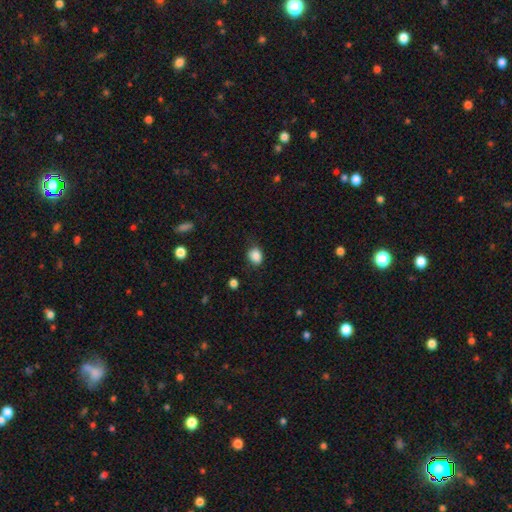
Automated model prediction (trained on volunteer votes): This appears to be a smooth galaxy with no disk features (86%) that is in between round and cigar-shaped (53%). Merging: none (75%).